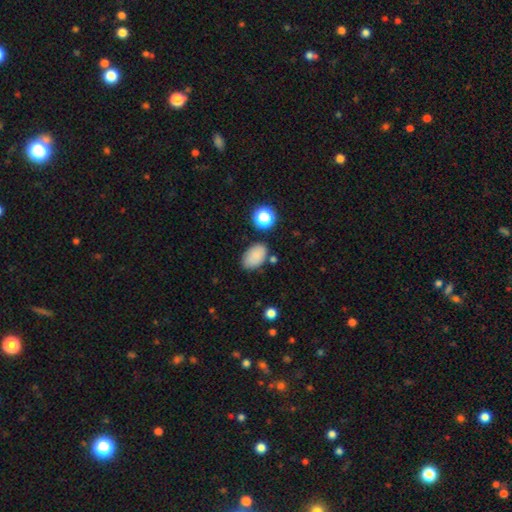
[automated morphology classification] Smooth or featured?
  - smooth: 84% *
  - star or artifact: 10%
  - featured or disk: 6%
How rounded?
  - in between: 90% *
  - round: 9%
  - cigar-shaped: 1%
Merging?
  - none: 75% *
  - minor disturbance: 15%
  - merger: 6%
  - major disturbance: 4%